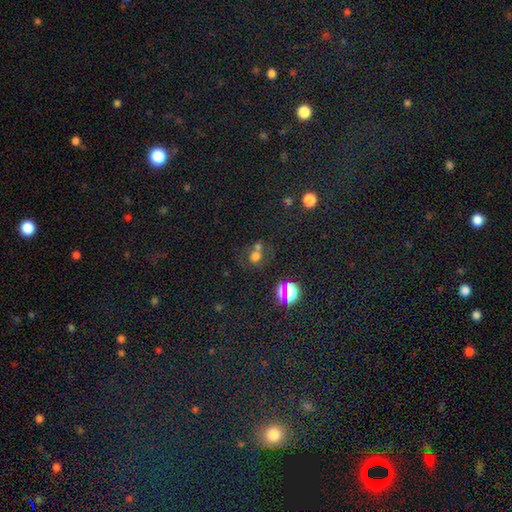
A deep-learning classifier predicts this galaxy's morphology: The model was most divided on "merging": merger: 44%, none: 38%, minor disturbance: 11%, major disturbance: 8%. More confident: how rounded — round (61%); smooth or featured — smooth (55%).